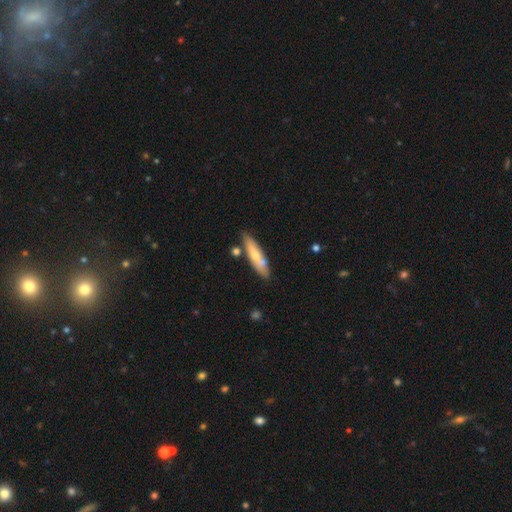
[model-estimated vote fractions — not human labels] smooth 61%, featured or disk 33%, star or artifact 6%. Down the decision tree: how rounded — cigar-shaped (73%); merging — none (72%).